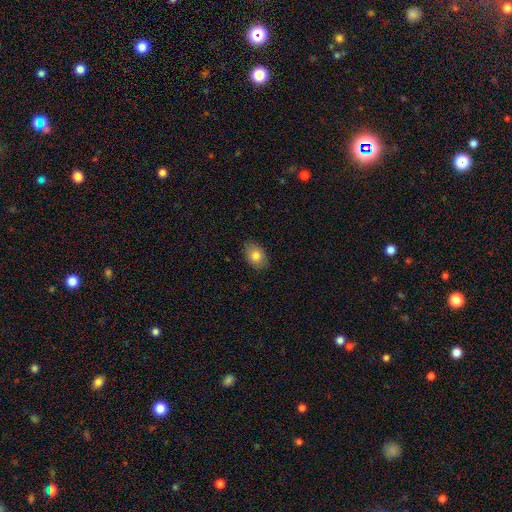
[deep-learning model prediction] Smooth or featured: smooth — 81% (featured or disk — 11%)
How rounded: in between — 78% (round — 21%)
Merging: none — 84% (minor disturbance — 13%)